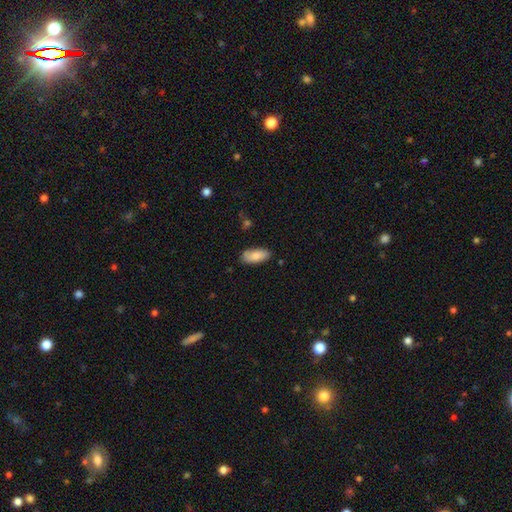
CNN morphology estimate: Smooth or featured: smooth — 82% (featured or disk — 12%)
How rounded: in between — 87% (cigar-shaped — 11%)
Merging: none — 83% (minor disturbance — 13%)